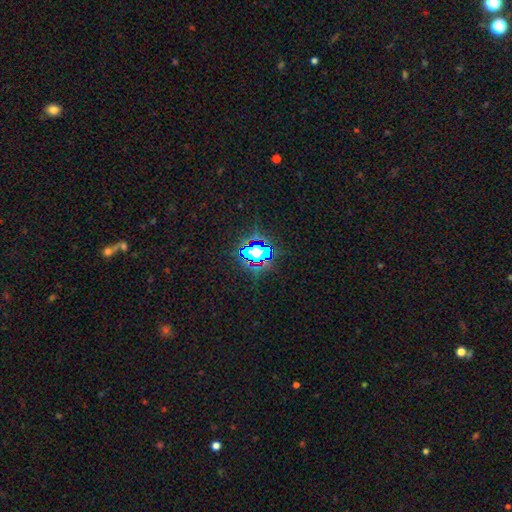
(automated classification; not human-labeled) Overall: star or artifact (61%; smooth 27%).